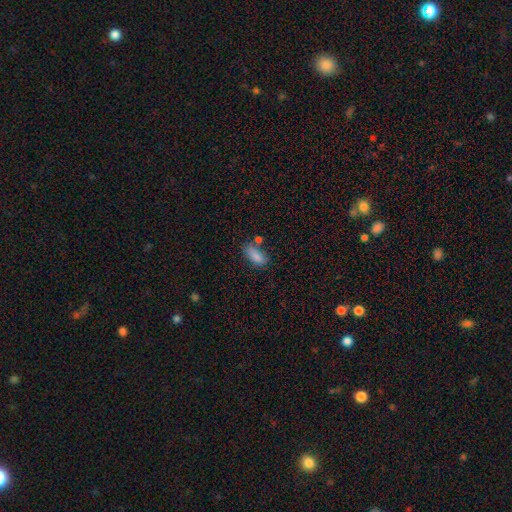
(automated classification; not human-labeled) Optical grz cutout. It shows a smooth galaxy with no disk features (84%) that is in between round and cigar-shaped (79%). Merging: none (60%).